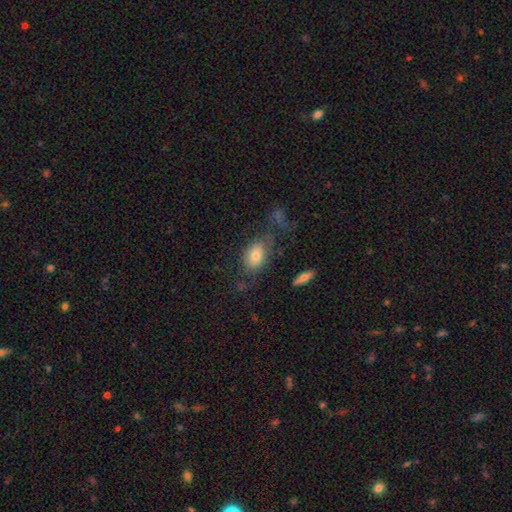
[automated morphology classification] type=smooth (72%); roundness=in between (85%); merging=none (52%).